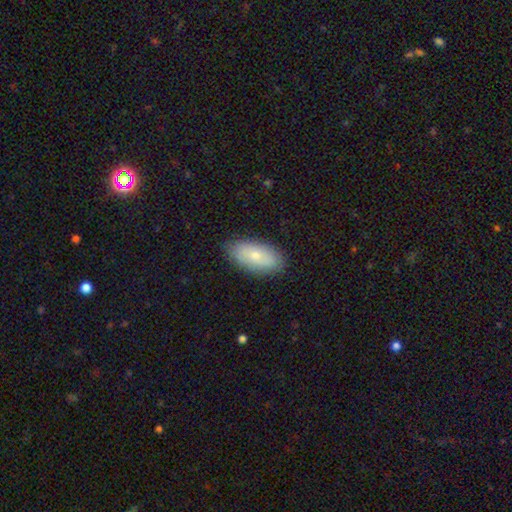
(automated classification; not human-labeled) Smooth or featured: smooth — 71% (featured or disk — 22%)
How rounded: in between — 91% (cigar-shaped — 6%)
Merging: none — 84% (minor disturbance — 12%)